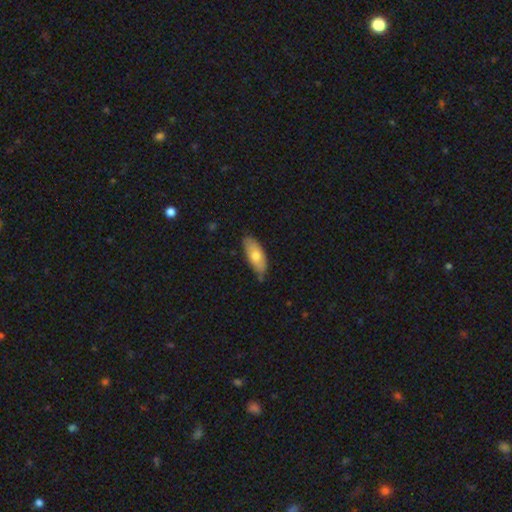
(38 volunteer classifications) Morphology: type=smooth (76%); roundness=in between (93%); merging=none (54%).